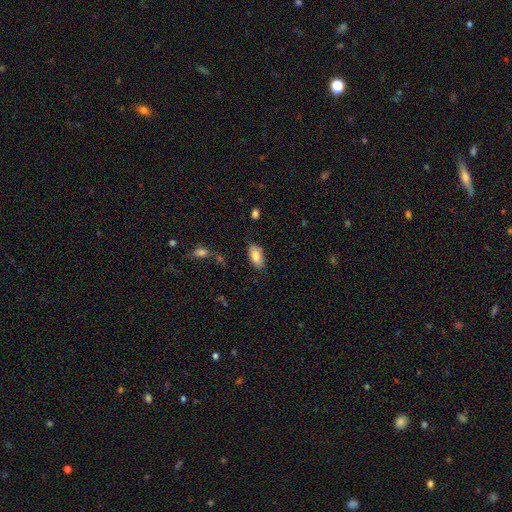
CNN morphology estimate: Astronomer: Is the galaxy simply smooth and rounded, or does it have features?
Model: smooth — 82%.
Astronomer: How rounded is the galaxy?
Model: in between — 92%.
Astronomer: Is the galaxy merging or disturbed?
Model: none — 80%.